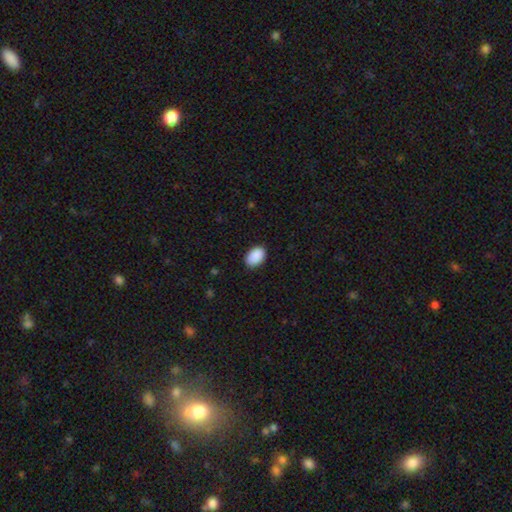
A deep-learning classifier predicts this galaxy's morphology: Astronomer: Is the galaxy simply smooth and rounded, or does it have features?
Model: smooth — 91%.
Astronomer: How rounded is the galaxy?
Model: in between — 85%.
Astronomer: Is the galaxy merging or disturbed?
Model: none — 87%.